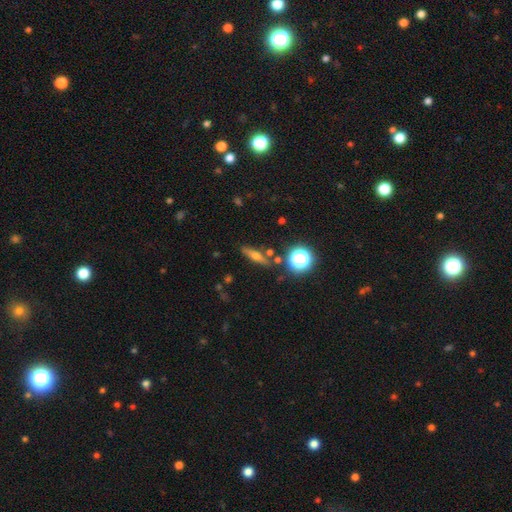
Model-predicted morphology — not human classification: Smooth or featured?
  - smooth: 43% * (tied)
  - featured or disk: 43% * (tied)
  - star or artifact: 14%
Merging?
  - none: 83% *
  - minor disturbance: 10%
  - merger: 4%
  - major disturbance: 3%